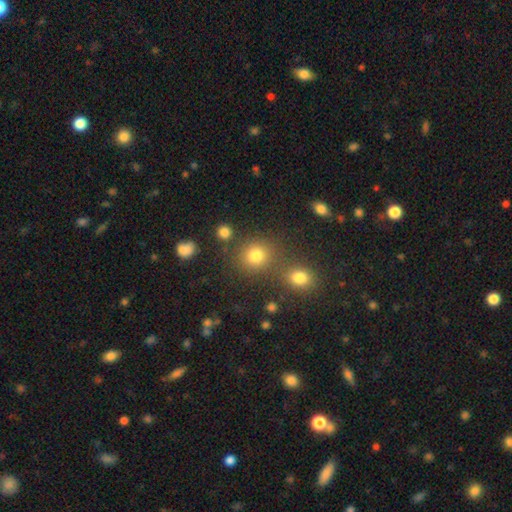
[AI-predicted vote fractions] smooth-or-featured: smooth: 78% | star or artifact: 16% | featured or disk: 6%
  how-rounded: round: 85% | in between: 14% | cigar-shaped: 1%
  merging: none: 71% | merger: 16% | minor disturbance: 8% | major disturbance: 4%